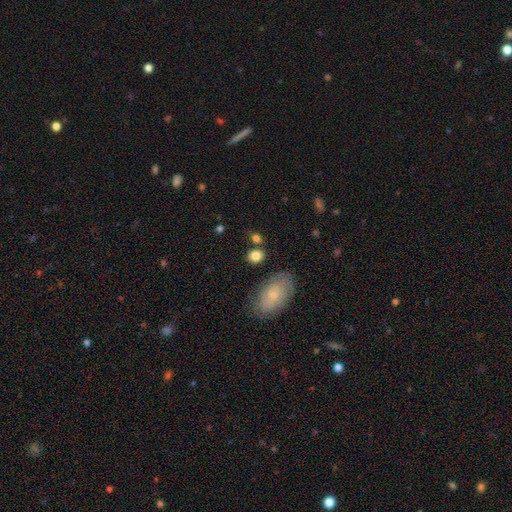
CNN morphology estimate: Smooth or featured: smooth — 82% (featured or disk — 9%)
How rounded: in between — 55% (round — 43%)
Merging: none — 72% (merger — 12%)